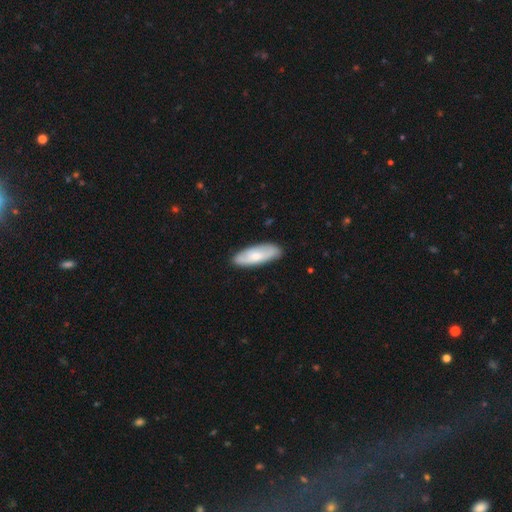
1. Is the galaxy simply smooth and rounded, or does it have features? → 85% smooth, 15% featured or disk, 0% star or artifact.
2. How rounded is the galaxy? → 77% in between, 23% cigar-shaped, 0% round.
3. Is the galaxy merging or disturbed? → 88% none, 10% minor disturbance, 2% major disturbance, 0% merger.